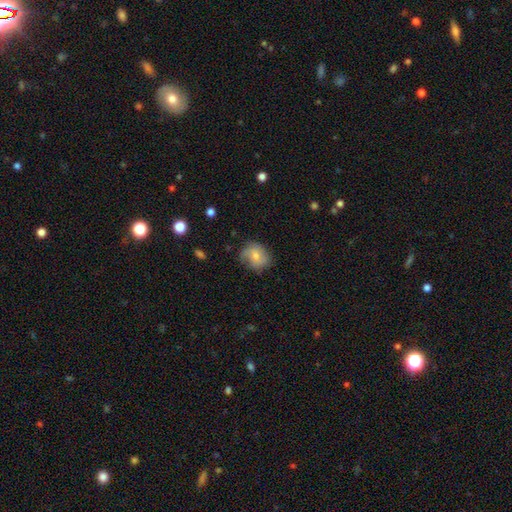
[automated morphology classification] The model was most divided on "smooth or featured": smooth: 60%, featured or disk: 32%, star or artifact: 8%. More confident: how rounded — round (67%); merging — none (65%).